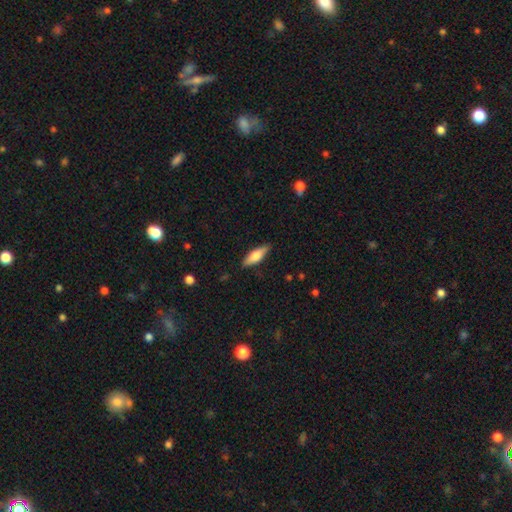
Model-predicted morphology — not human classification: Smooth or featured? Predicted: smooth (p=0.66). How rounded? Predicted: in between (p=0.56). Merging? Predicted: none (p=0.85).